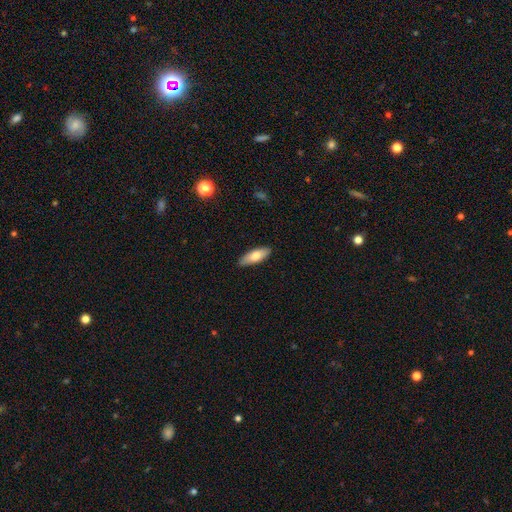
Smooth or featured?
  - smooth: 76% *
  - featured or disk: 19%
  - star or artifact: 5%
How rounded?
  - in between: 71% *
  - cigar-shaped: 25%
  - round: 4%
Merging?
  - none: 94% *
  - minor disturbance: 6%
  - major disturbance: 0%
  - merger: 0%